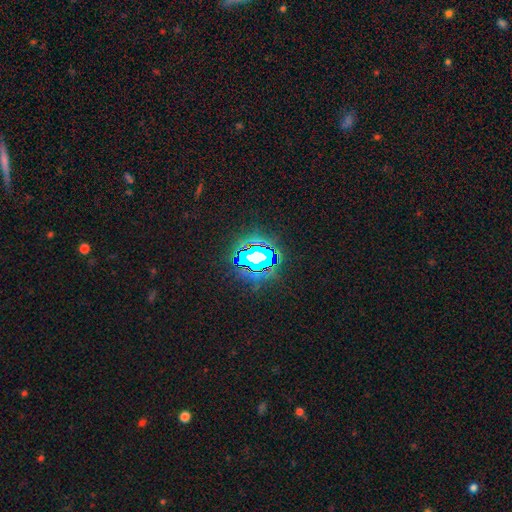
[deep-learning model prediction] Morphology: type=star or artifact (70%).